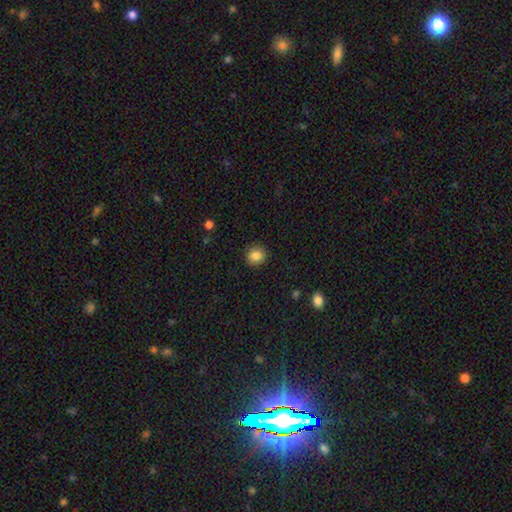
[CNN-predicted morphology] This appears to be a smooth galaxy with no disk features (85%) that is round (82%). Merging: none (90%).